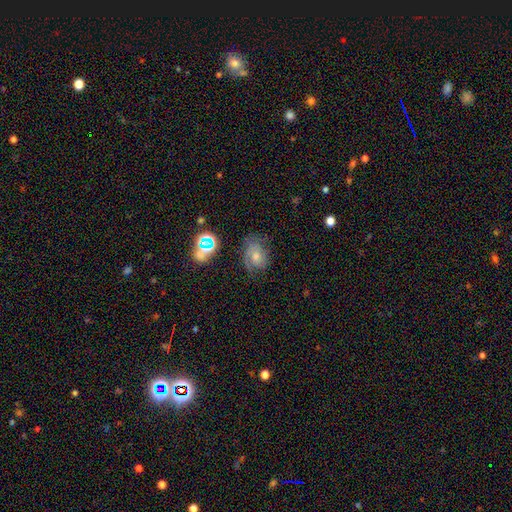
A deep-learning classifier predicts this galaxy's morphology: type=featured or disk (49%); merging=none (62%).